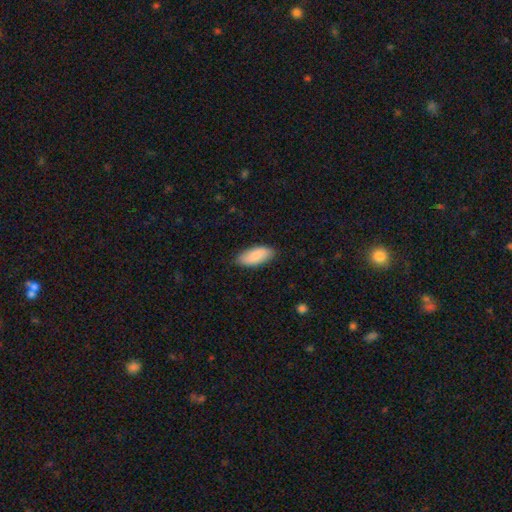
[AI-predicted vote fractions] smooth-or-featured: smooth: 84% | featured or disk: 11% | star or artifact: 5%
  how-rounded: in between: 88% | cigar-shaped: 10% | round: 2%
  merging: none: 85% | minor disturbance: 12% | major disturbance: 2% | merger: 1%